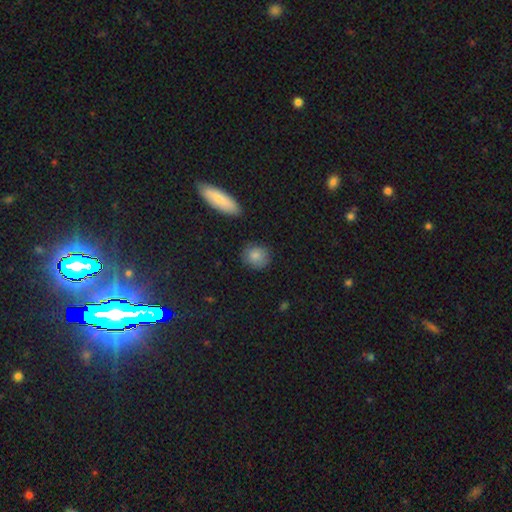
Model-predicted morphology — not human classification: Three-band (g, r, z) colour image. It shows a smooth galaxy with no disk features (83%) that is round (77%). Merging: none (81%).